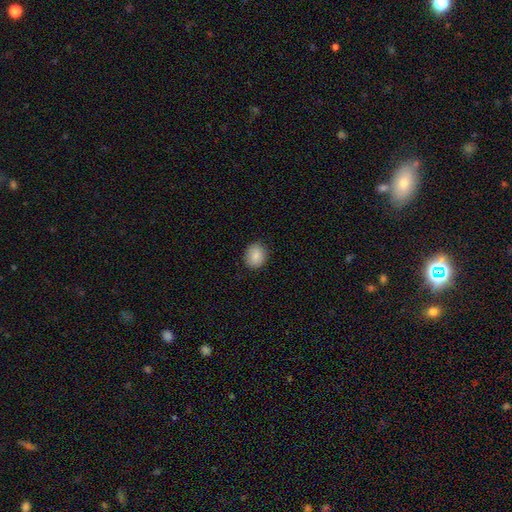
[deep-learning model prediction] Smooth or featured? Predicted: smooth (p=0.86). How rounded? Predicted: round (p=0.61). Merging? Predicted: none (p=0.88).